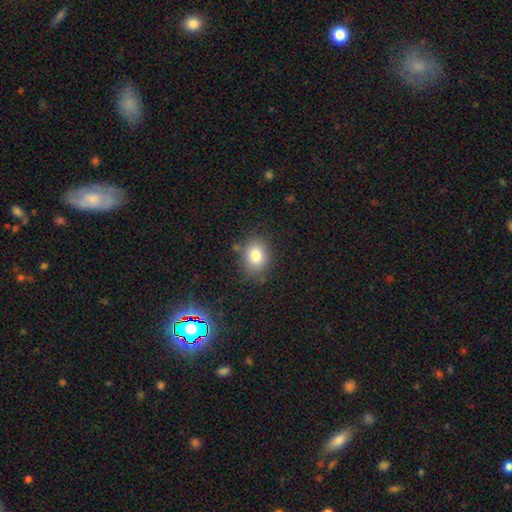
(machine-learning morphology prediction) The model was most divided on "how rounded": in between: 51%, round: 48%, cigar-shaped: 1%. More confident: smooth or featured — smooth (81%); merging — none (79%).